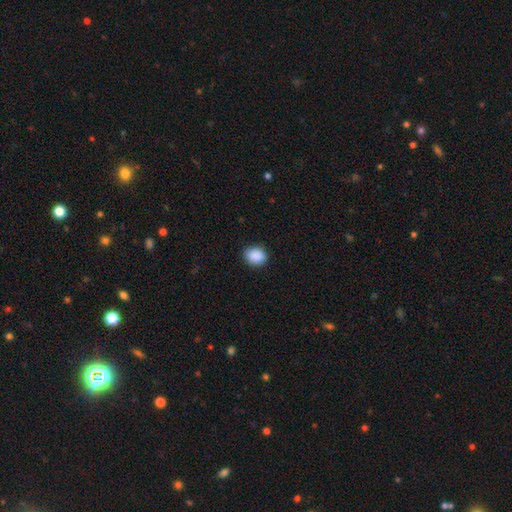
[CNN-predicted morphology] A smooth galaxy with no disk features (89%) that is round (58%).

Vote fractions:
- Smooth or featured? smooth: 89% / star or artifact: 8% / featured or disk: 3%
- How rounded? round: 58% / in between: 41% / cigar-shaped: 1%
- Merging? none: 88% / minor disturbance: 9% / major disturbance: 2% / merger: 1%